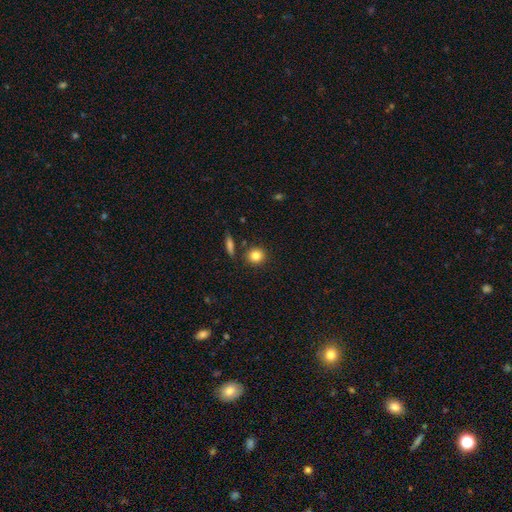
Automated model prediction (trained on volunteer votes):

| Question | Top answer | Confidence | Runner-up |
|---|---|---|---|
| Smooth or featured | smooth | 84% | star or artifact (9%) |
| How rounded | round | 86% | in between (12%) |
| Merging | none | 84% | minor disturbance (8%) |